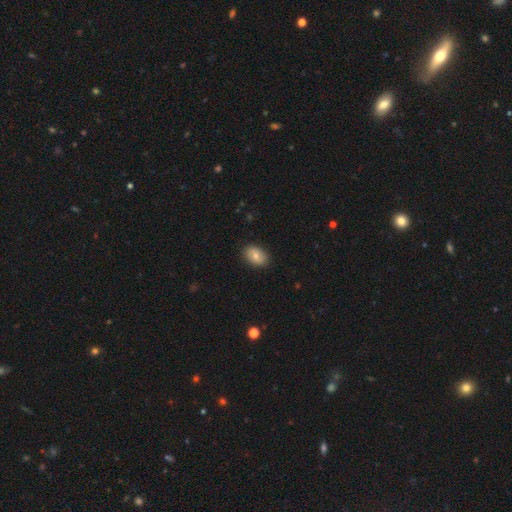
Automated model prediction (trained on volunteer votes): This appears to be a smooth galaxy with no disk features (77%) that is in between round and cigar-shaped (84%). Merging: none (87%).